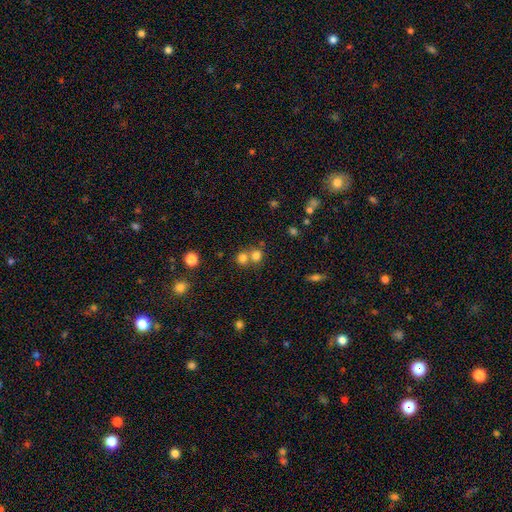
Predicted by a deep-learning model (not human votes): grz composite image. It shows a smooth galaxy with no disk features (77%) that is round (79%). Merging: merger (46%).